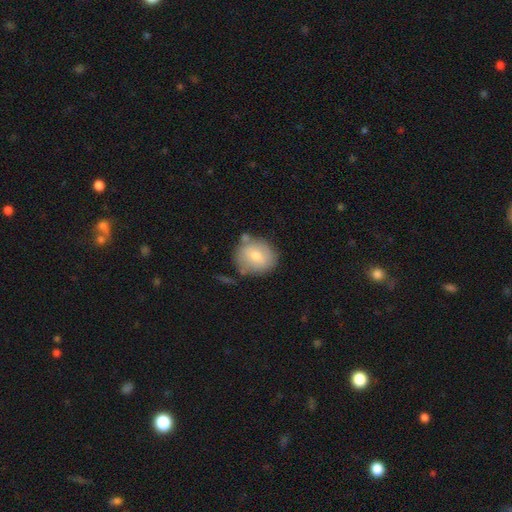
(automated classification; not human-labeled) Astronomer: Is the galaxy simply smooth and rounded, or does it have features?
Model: smooth — 72%.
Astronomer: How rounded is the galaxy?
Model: round — 79%.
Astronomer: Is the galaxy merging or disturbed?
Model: none — 65%.